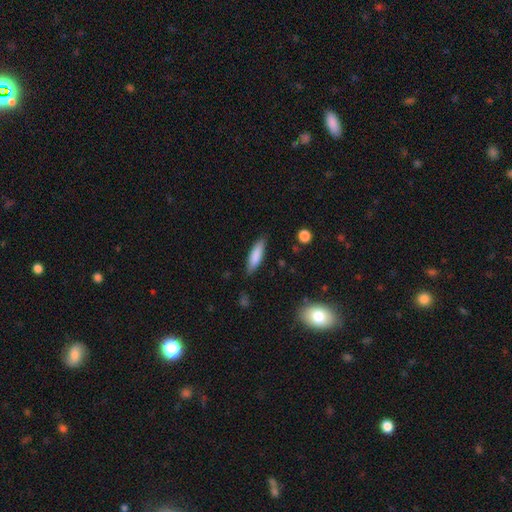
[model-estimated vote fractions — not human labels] Smooth or featured?
  - smooth: 82% *
  - featured or disk: 12%
  - star or artifact: 6%
How rounded?
  - cigar-shaped: 61% *
  - in between: 38%
  - round: 2%
Merging?
  - none: 82% *
  - minor disturbance: 14%
  - major disturbance: 3%
  - merger: 2%